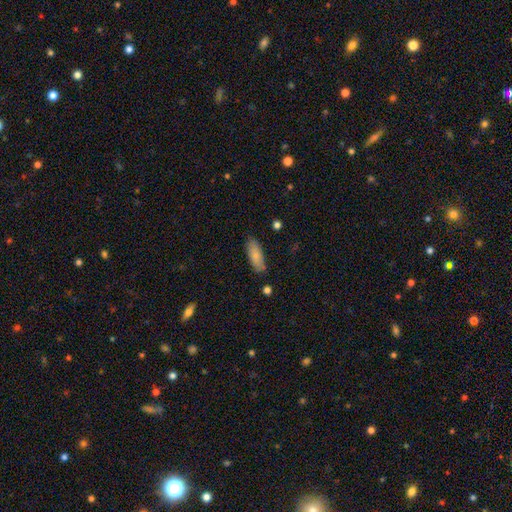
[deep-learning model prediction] Smooth or featured? Predicted: smooth (p=0.80). How rounded? Predicted: in between (p=0.75). Merging? Predicted: none (p=0.81).